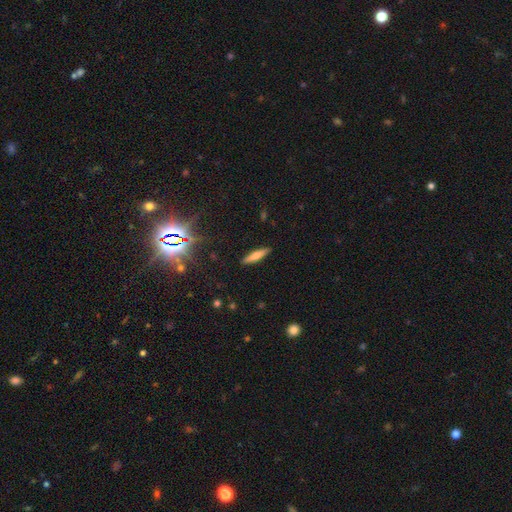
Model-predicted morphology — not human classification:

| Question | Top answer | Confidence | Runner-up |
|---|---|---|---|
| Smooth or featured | smooth | 66% | featured or disk (25%) |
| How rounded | cigar-shaped | 82% | in between (17%) |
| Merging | none | 90% | minor disturbance (7%) |